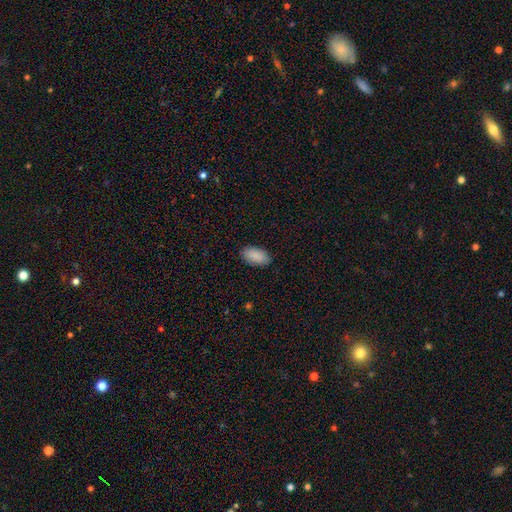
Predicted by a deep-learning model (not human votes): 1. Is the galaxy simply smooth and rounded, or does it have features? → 90% smooth, 6% star or artifact, 4% featured or disk.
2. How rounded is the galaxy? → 94% in between, 3% cigar-shaped, 3% round.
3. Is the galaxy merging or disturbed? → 87% none, 10% minor disturbance, 2% major disturbance, 1% merger.